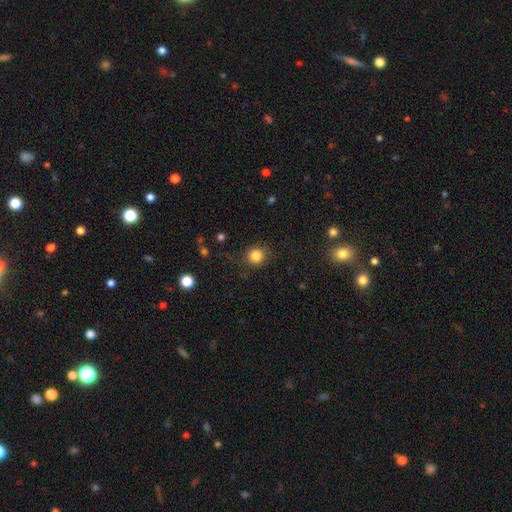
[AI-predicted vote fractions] Smooth or featured?
  - smooth: 84% *
  - star or artifact: 11%
  - featured or disk: 5%
How rounded?
  - round: 87% *
  - in between: 12%
  - cigar-shaped: 1%
Merging?
  - none: 78% *
  - minor disturbance: 15%
  - major disturbance: 6%
  - merger: 2%